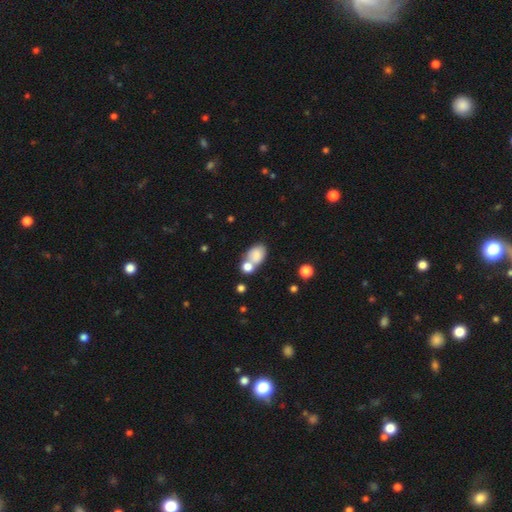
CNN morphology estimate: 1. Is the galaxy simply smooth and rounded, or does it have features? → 80% smooth, 12% featured or disk, 9% star or artifact.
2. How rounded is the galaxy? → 81% in between, 18% round, 1% cigar-shaped.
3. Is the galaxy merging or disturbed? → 43% merger, 38% none, 13% minor disturbance, 5% major disturbance.